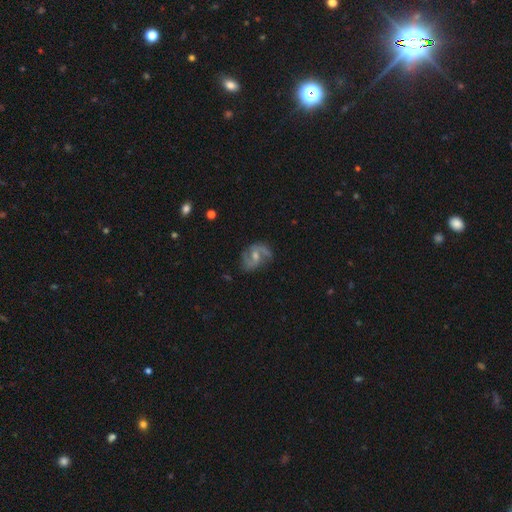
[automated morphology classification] smooth_or_featured: featured or disk (p=0.82) [alt: smooth p=0.11]
disk_edge_on: no (p=0.98) [alt: yes p=0.02]
bar: weak (p=0.50) [alt: no p=0.35]
has_spiral_arms: yes (p=0.94) [alt: no p=0.06]
spiral_winding: medium (p=0.49) [alt: loose p=0.36]
spiral_arm_count: 2 (p=0.84) [alt: can't tell p=0.06]
bulge_size: moderate (p=0.53) [alt: small p=0.38]
merging: none (p=0.67) [alt: minor disturbance p=0.21]